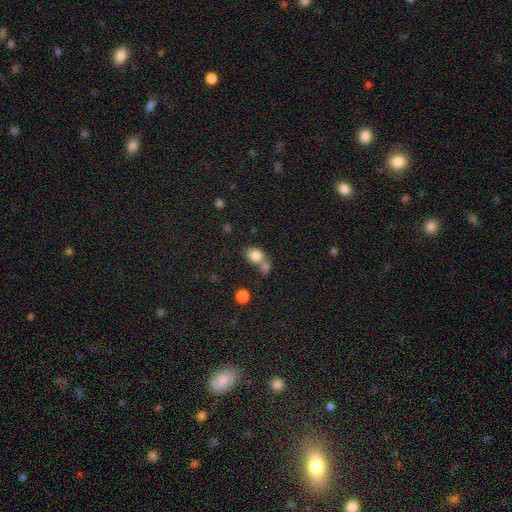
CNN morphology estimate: Smooth or featured? Predicted: smooth (p=0.82). How rounded? Predicted: round (p=0.53). Merging? Predicted: merger (p=0.48).